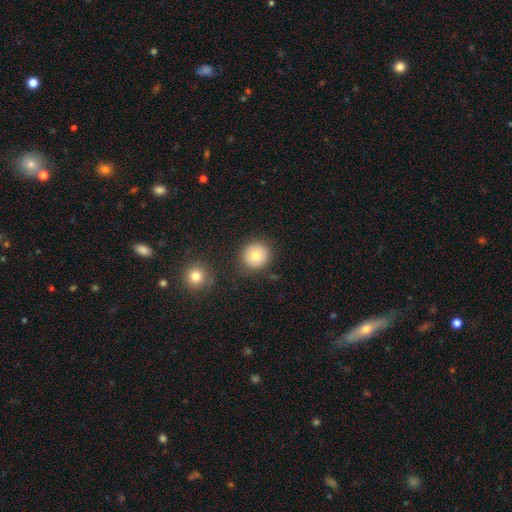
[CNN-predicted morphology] Smooth or featured? smooth (80%)
How rounded? round (93%)
Merging? none (86%)